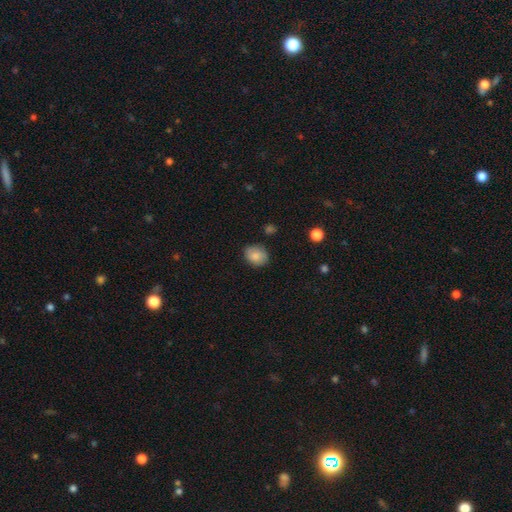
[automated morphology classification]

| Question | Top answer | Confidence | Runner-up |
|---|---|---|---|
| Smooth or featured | smooth | 84% | featured or disk (8%) |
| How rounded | in between | 50% | round (49%) |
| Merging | none | 80% | minor disturbance (15%) |